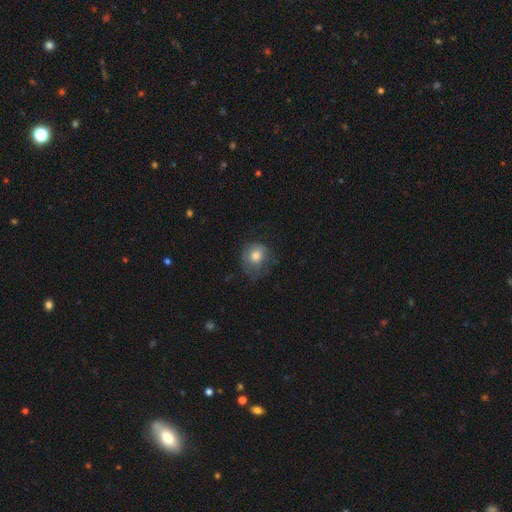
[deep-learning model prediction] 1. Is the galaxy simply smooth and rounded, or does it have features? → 68% smooth, 24% featured or disk, 8% star or artifact.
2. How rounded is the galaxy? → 70% round, 29% in between, 1% cigar-shaped.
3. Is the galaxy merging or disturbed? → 49% none, 29% minor disturbance, 20% major disturbance, 1% merger.